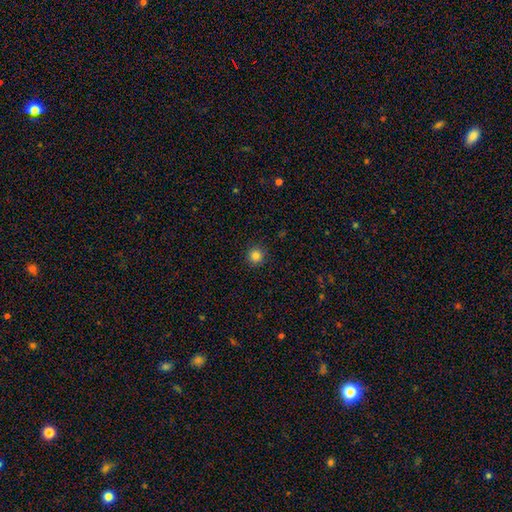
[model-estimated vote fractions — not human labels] The model was most divided on "smooth or featured": smooth: 84%, star or artifact: 12%, featured or disk: 4%. More confident: how rounded — round (95%); merging — none (92%).